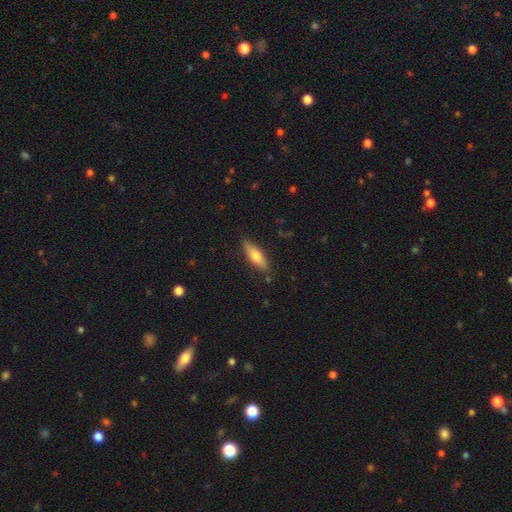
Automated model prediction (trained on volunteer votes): Smooth or featured: smooth — 59% (featured or disk — 35%)
How rounded: cigar-shaped — 58% (in between — 40%)
Merging: none — 86% (minor disturbance — 10%)